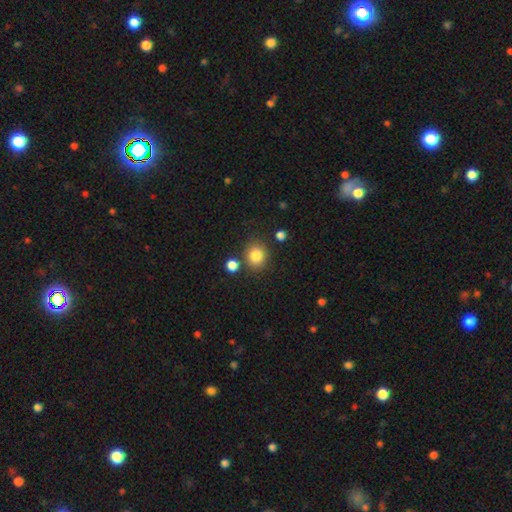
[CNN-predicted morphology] Smooth or featured: smooth — 84% (star or artifact — 11%)
How rounded: round — 79% (in between — 20%)
Merging: none — 79% (minor disturbance — 10%)